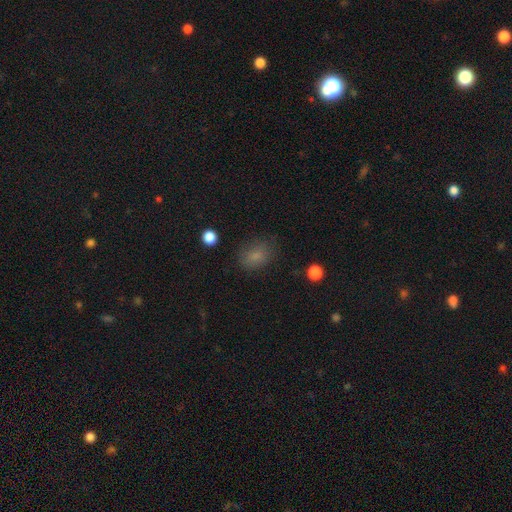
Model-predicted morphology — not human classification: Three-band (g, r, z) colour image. It shows a smooth galaxy with no disk features (79%) that is in between round and cigar-shaped (71%). Merging: none (74%).